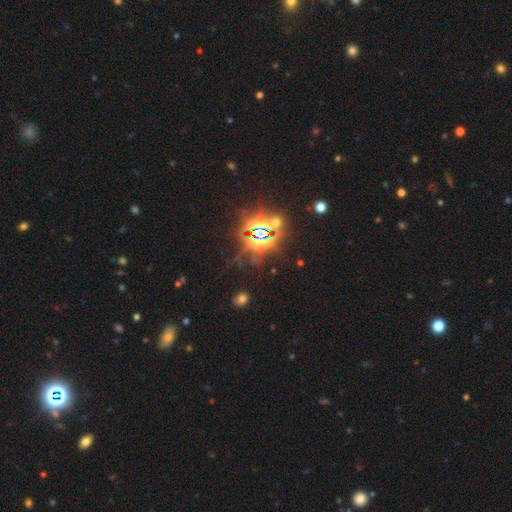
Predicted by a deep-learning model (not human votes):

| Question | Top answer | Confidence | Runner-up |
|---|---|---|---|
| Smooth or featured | star or artifact | 81% | smooth (13%) |